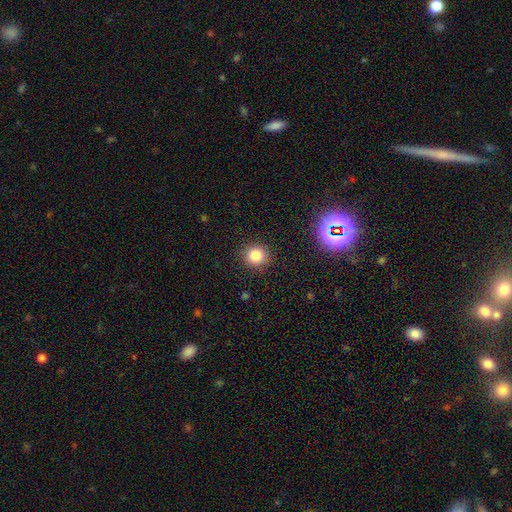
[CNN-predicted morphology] A smooth galaxy with no disk features (82%) that is round (88%). Merging: none (90%).